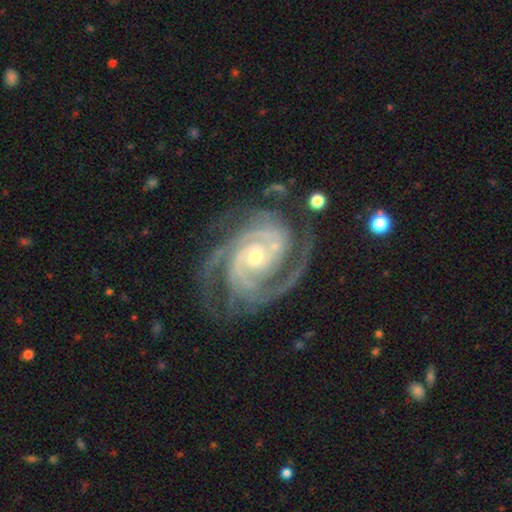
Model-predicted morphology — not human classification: This is clearly a featured or disk galaxy (93%). It is clearly not viewed edge-on (98%). Bar: likely no (65%). Spiral arm pattern: clearly yes (99%). Spiral arm count: marginally 3 (36%). Spiral winding: likely tight (68%). Central bulge: likely small (63%). Merging: likely none (72%).